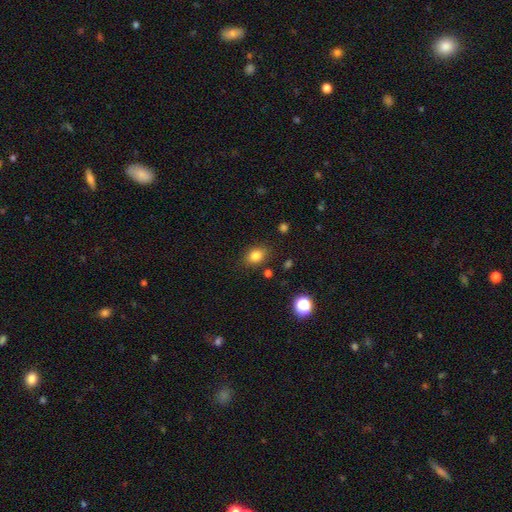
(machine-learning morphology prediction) smooth 81%, star or artifact 12%, featured or disk 7%. Down the decision tree: how rounded — in between (65%); merging — none (83%).